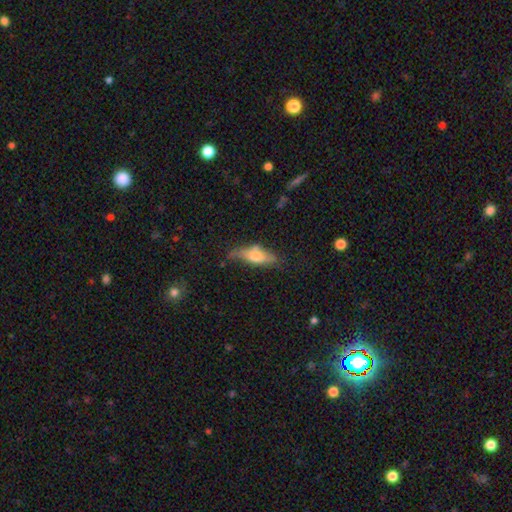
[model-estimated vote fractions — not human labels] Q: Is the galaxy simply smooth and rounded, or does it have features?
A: smooth — 60%.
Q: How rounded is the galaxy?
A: in between — 60%.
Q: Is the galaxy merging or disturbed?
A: none — 53%.